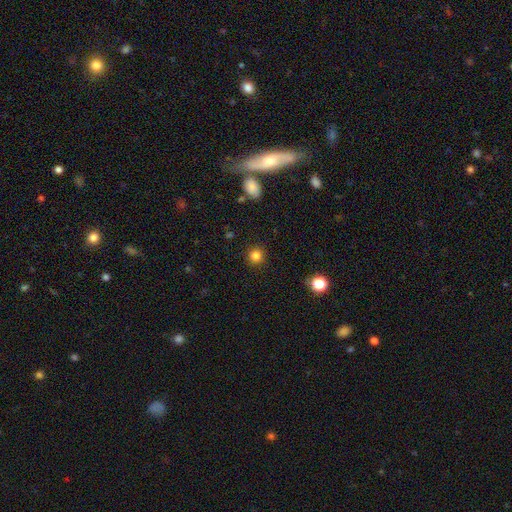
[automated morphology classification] type=smooth (83%); roundness=round (93%); merging=none (91%).